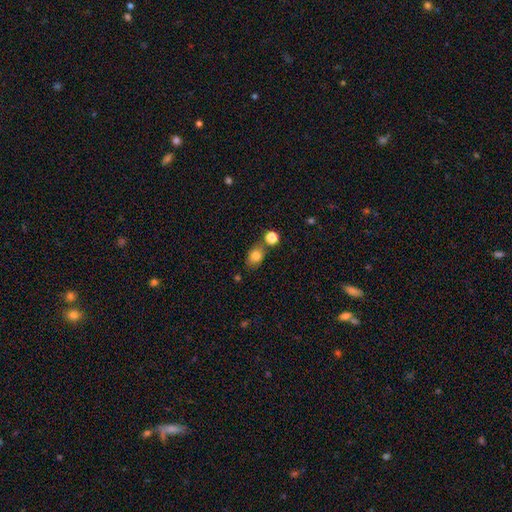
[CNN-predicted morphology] This is clearly a smooth galaxy (80%). How rounded: likely in between (66%). Merging: likely none (64%).